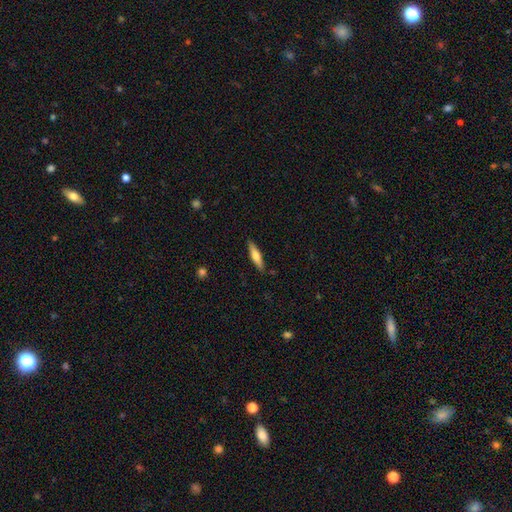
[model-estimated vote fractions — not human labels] smooth_or_featured: smooth (p=0.56) [alt: featured or disk p=0.38]
how_rounded: cigar-shaped (p=0.79) [alt: in between p=0.20]
merging: none (p=0.88) [alt: minor disturbance p=0.09]